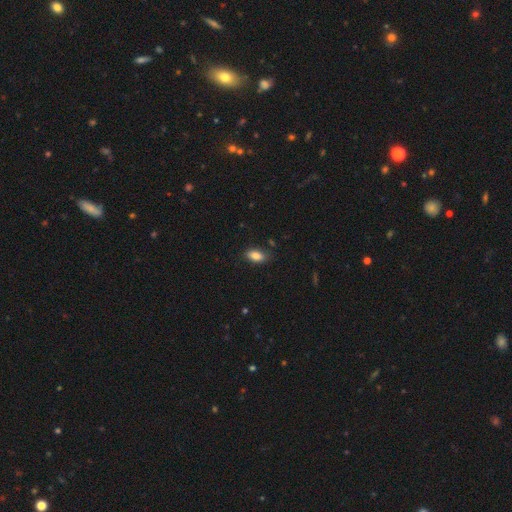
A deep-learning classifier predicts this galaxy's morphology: A smooth galaxy with no disk features (85%) that is in between round and cigar-shaped (89%).

Vote fractions:
- Smooth or featured? smooth: 85% / star or artifact: 8% / featured or disk: 7%
- How rounded? in between: 89% / cigar-shaped: 6% / round: 5%
- Merging? none: 81% / minor disturbance: 14% / major disturbance: 3% / merger: 2%